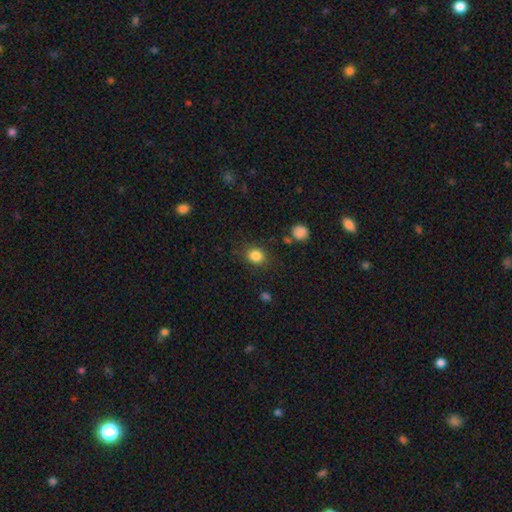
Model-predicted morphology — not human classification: A smooth galaxy with no disk features (84%) that is round (72%). Merging: none (82%).